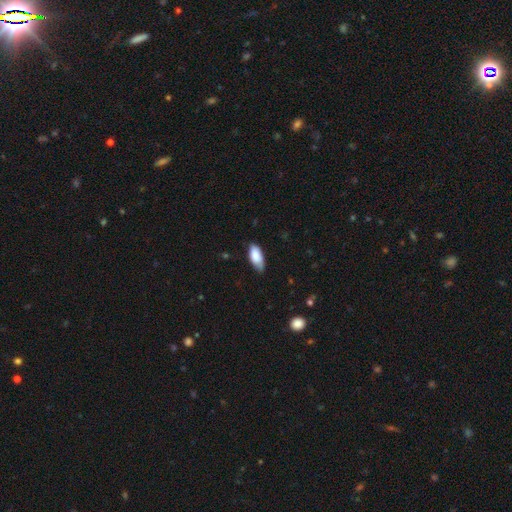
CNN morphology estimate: Overall: smooth (83%). How rounded: in between (89%). Merging: none (64%; minor disturbance 30%).